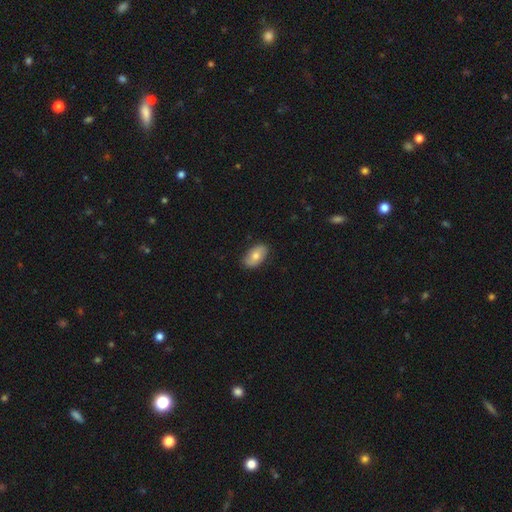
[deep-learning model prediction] Smooth or featured? smooth (72%)
How rounded? in between (93%)
Merging? none (85%)